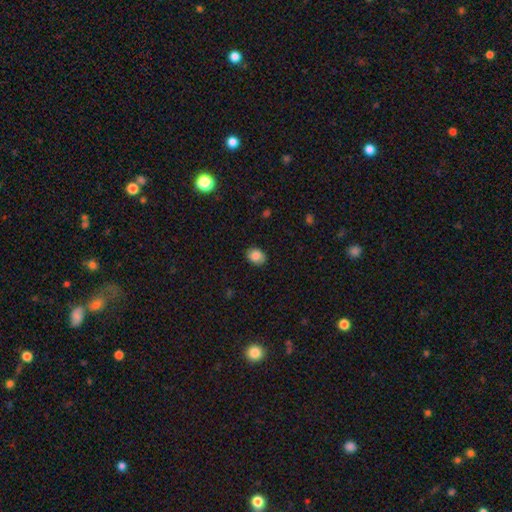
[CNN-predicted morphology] This is clearly a smooth galaxy (84%). How rounded: possibly in between (59%). Merging: clearly none (87%).